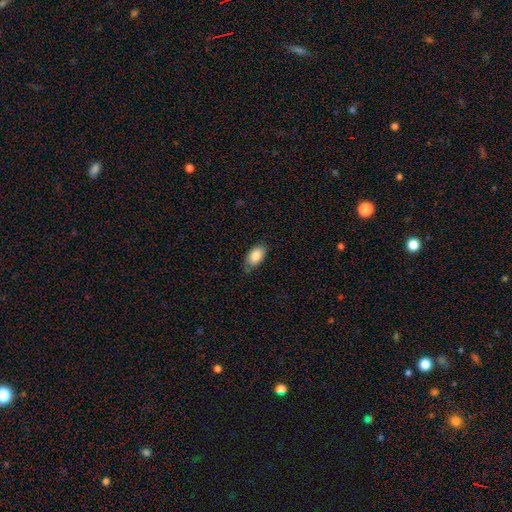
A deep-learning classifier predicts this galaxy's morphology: smooth_or_featured: smooth (p=0.86) [alt: featured or disk p=0.07]
how_rounded: in between (p=0.93) [alt: round p=0.04]
merging: none (p=0.75) [alt: minor disturbance p=0.20]